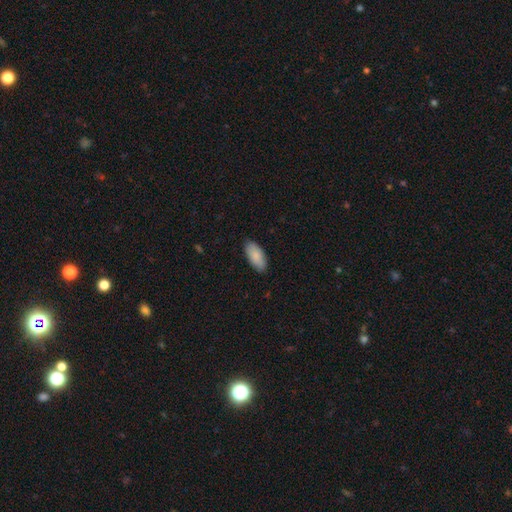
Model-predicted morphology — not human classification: Smooth or featured? smooth (87%)
How rounded? in between (92%)
Merging? none (87%)